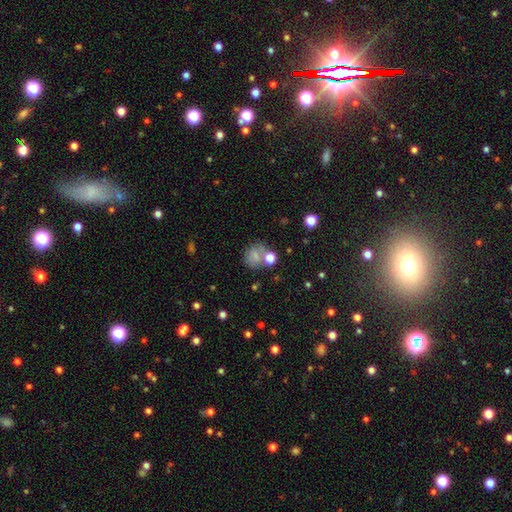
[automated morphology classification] A smooth galaxy with no disk features (70%) that is round (70%). Merging: none (54%).